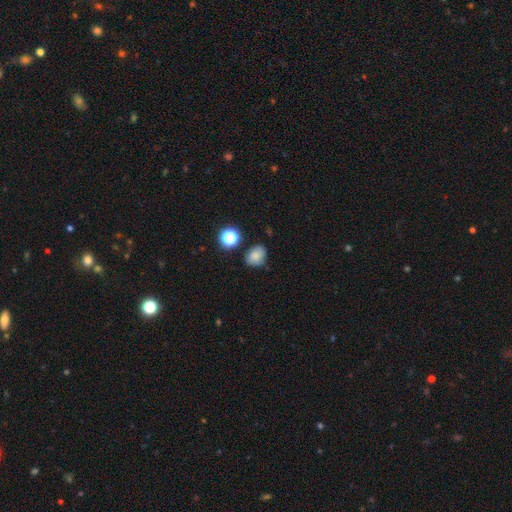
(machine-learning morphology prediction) Smooth or featured? smooth (77%)
How rounded? in between (57%)
Merging? none (69%)